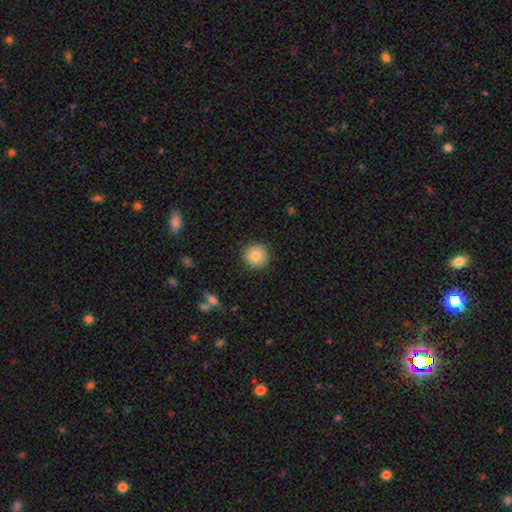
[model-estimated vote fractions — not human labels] smooth 83%, star or artifact 9%, featured or disk 8%. Down the decision tree: how rounded — round (95%); merging — none (91%).